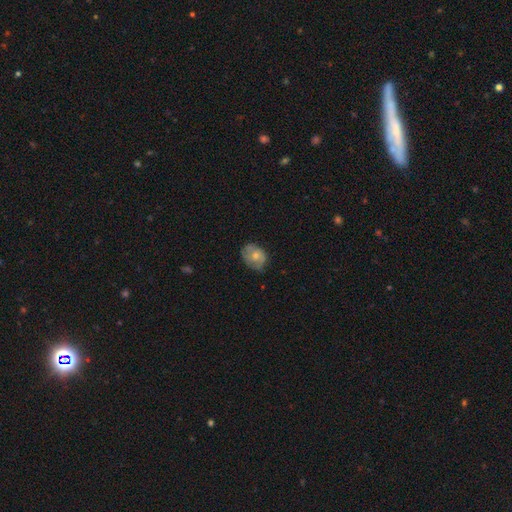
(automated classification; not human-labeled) Smooth or featured? smooth (57%)
How rounded? in between (61%)
Merging? none (58%)